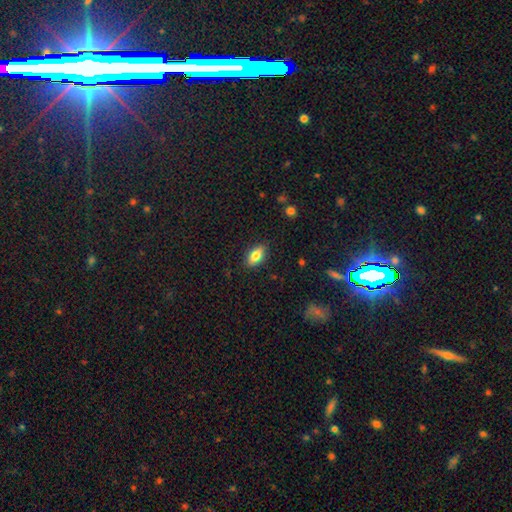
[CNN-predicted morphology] Smooth or featured? smooth (78%)
How rounded? in between (87%)
Merging? none (86%)